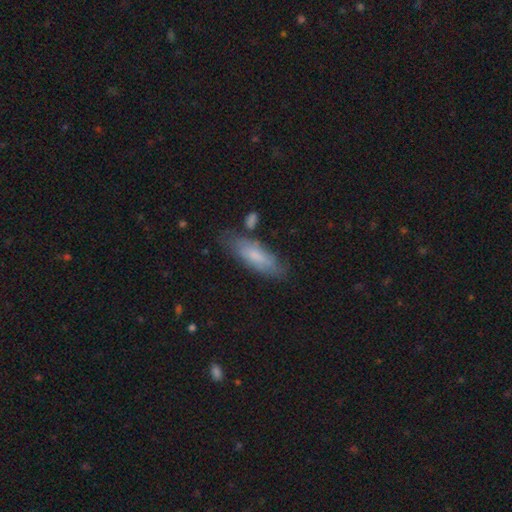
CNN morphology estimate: This appears to be a smooth galaxy with no disk features (70%) that is in between round and cigar-shaped (60%). Merging: none (70%).